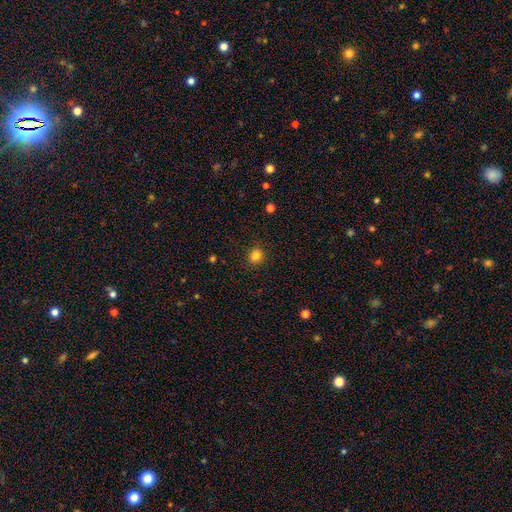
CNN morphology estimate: smooth_or_featured: smooth (p=0.84) [alt: star or artifact p=0.12]
how_rounded: round (p=0.75) [alt: in between p=0.24]
merging: none (p=0.87) [alt: minor disturbance p=0.09]